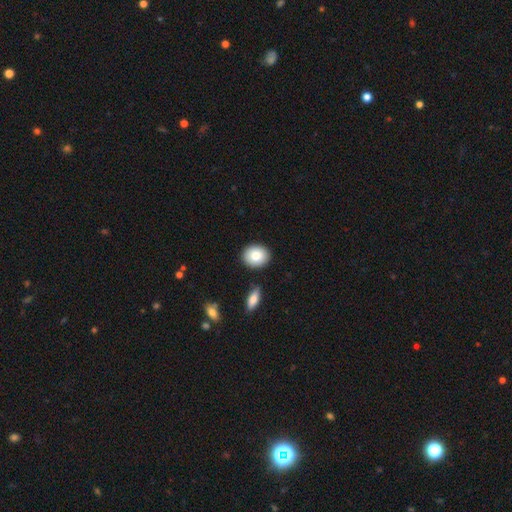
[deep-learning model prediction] The model was most divided on "how rounded": round: 61%, in between: 37%, cigar-shaped: 1%. More confident: merging — none (87%); smooth or featured — smooth (81%).